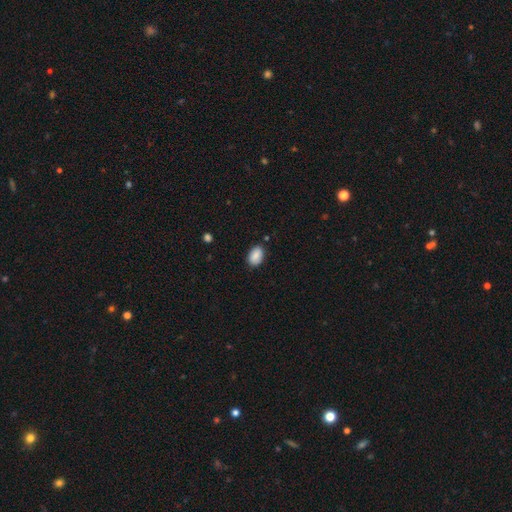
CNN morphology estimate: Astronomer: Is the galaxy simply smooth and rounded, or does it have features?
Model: smooth — 87%.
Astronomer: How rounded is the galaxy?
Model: in between — 89%.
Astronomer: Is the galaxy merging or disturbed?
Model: none — 82%.